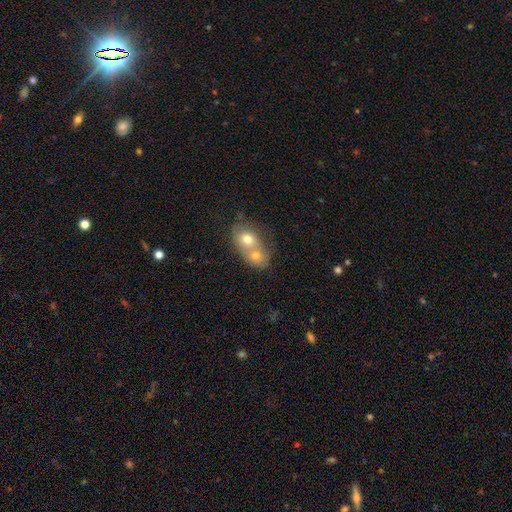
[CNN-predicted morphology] A smooth galaxy with no disk features (69%) that is round (52%). Merging: merger (76%).